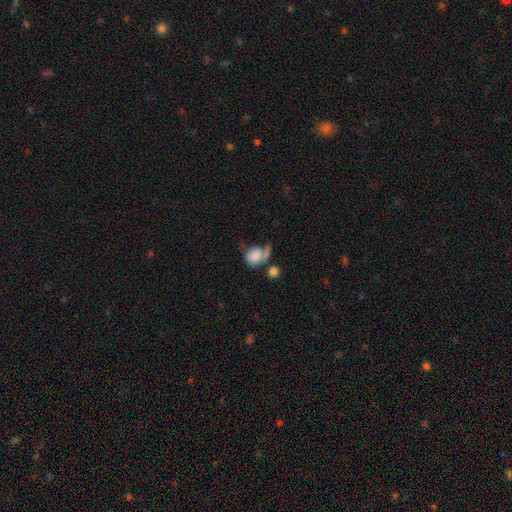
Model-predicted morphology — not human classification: The model was most divided on "merging": major disturbance: 29%, none: 28%, merger: 23%, minor disturbance: 20%. More confident: smooth or featured — smooth (71%); how rounded — round (62%).